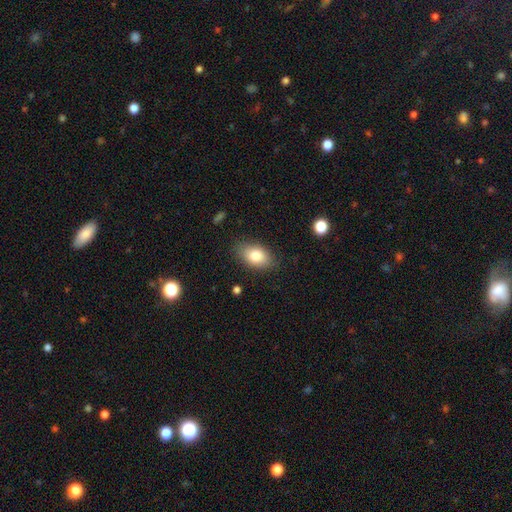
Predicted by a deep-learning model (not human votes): Q: Smooth or featured?
A: smooth (81%); runner-up: featured or disk (11%)
Q: How rounded?
A: in between (89%); runner-up: round (9%)
Q: Merging?
A: none (83%); runner-up: minor disturbance (12%)